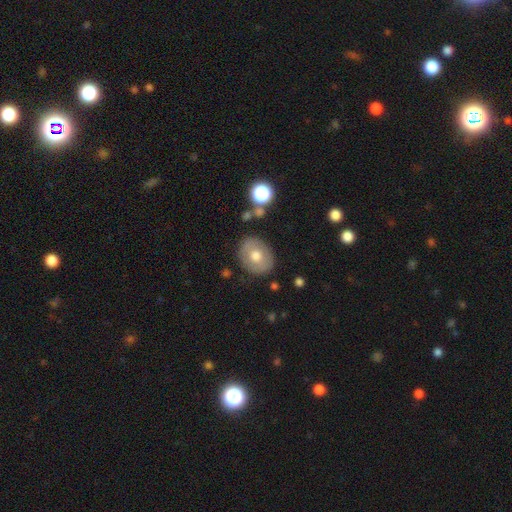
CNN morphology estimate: The model was most divided on "how rounded": round: 52%, in between: 47%, cigar-shaped: 1%. More confident: merging — none (82%); smooth or featured — smooth (64%).